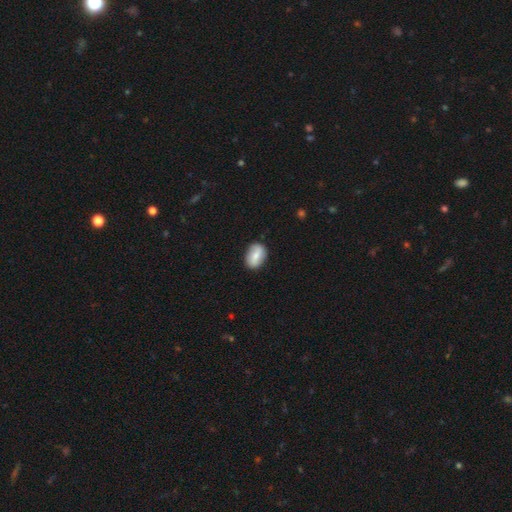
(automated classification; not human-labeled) smooth_or_featured: smooth (p=0.66) [alt: featured or disk p=0.27]
how_rounded: in between (p=0.82) [alt: round p=0.16]
merging: none (p=0.84) [alt: minor disturbance p=0.12]